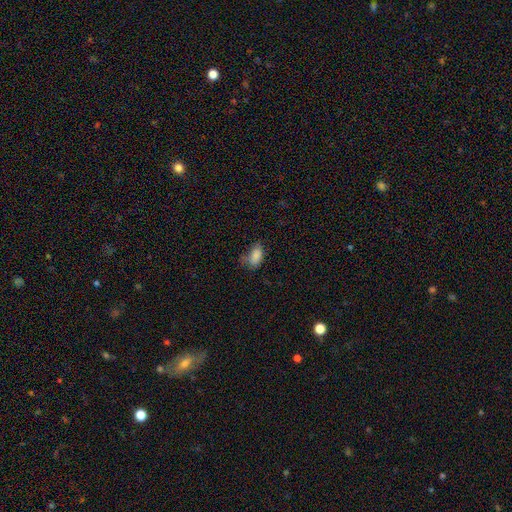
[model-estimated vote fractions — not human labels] Smooth or featured? Predicted: smooth (p=0.85). How rounded? Predicted: in between (p=0.91). Merging? Predicted: none (p=0.53).